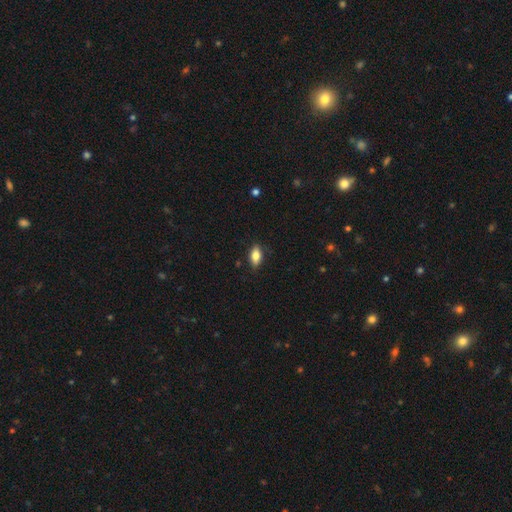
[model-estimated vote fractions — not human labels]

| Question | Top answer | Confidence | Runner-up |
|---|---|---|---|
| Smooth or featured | smooth | 77% | featured or disk (15%) |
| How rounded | in between | 86% | cigar-shaped (10%) |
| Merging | none | 82% | minor disturbance (14%) |